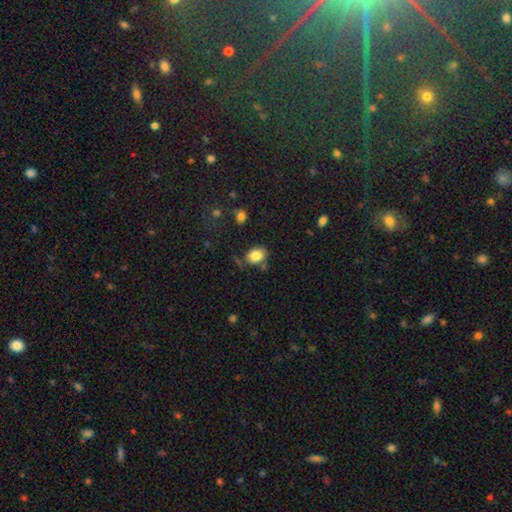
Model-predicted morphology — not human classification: This is clearly a smooth galaxy (84%). How rounded: likely in between (62%). Merging: likely none (66%).